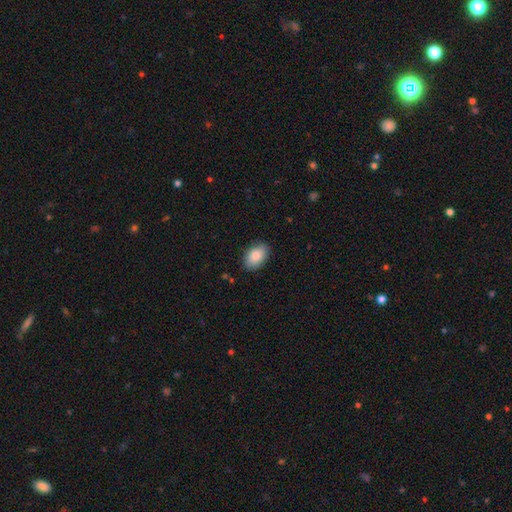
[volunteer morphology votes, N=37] Overall: smooth (86%). How rounded: in between (94%). Merging: none (84%).